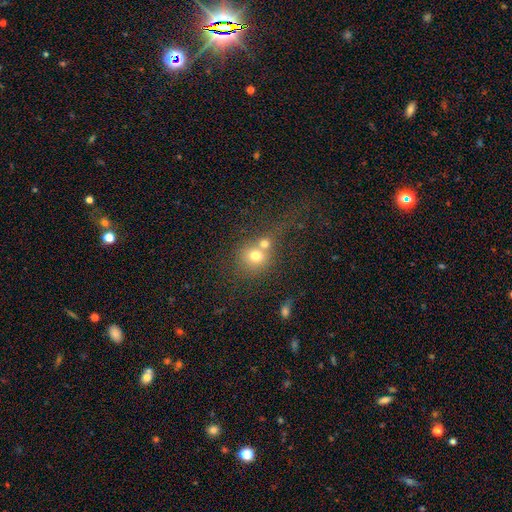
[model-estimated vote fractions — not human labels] Smooth or featured?
  - smooth: 69% *
  - featured or disk: 17%
  - star or artifact: 14%
How rounded?
  - round: 82% *
  - in between: 17%
  - cigar-shaped: 1%
Merging?
  - merger: 54% *
  - none: 33%
  - minor disturbance: 7%
  - major disturbance: 6%